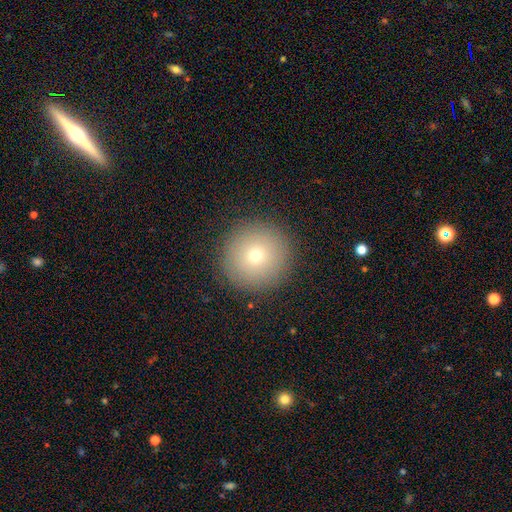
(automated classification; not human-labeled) Smooth or featured: smooth — 71% (star or artifact — 14%)
How rounded: round — 96% (in between — 3%)
Merging: none — 91% (minor disturbance — 6%)